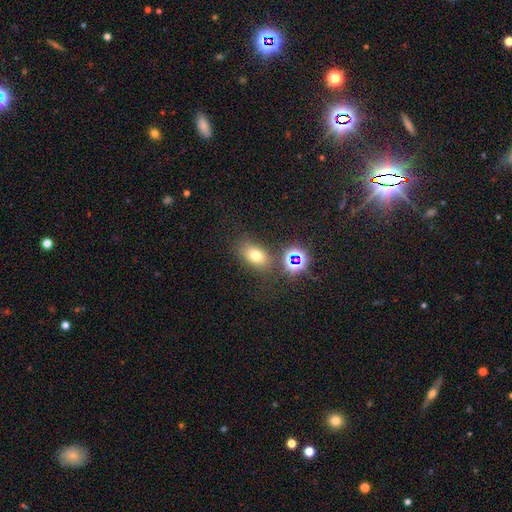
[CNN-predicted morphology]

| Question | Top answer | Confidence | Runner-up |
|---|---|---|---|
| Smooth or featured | smooth | 66% | star or artifact (21%) |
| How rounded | in between | 77% | round (21%) |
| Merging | none | 76% | minor disturbance (12%) |